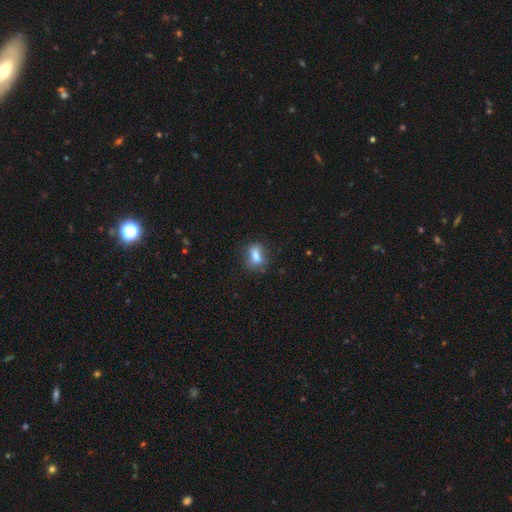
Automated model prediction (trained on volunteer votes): This is likely a smooth galaxy (75%). How rounded: likely in between (73%). Merging: possibly none (60%).